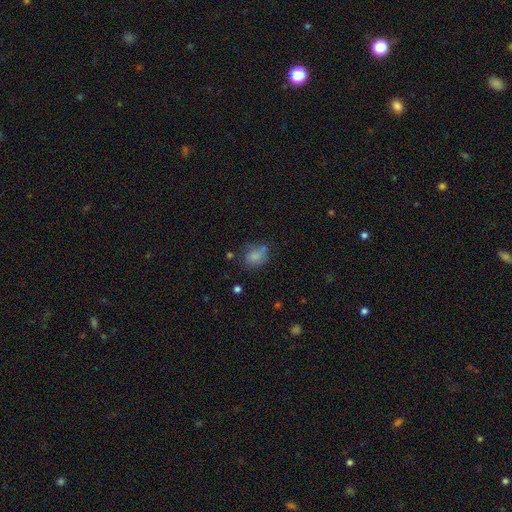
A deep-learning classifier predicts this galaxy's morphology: smooth 77%, featured or disk 12%, star or artifact 11%. Down the decision tree: how rounded — in between (52%); merging — none (53%).